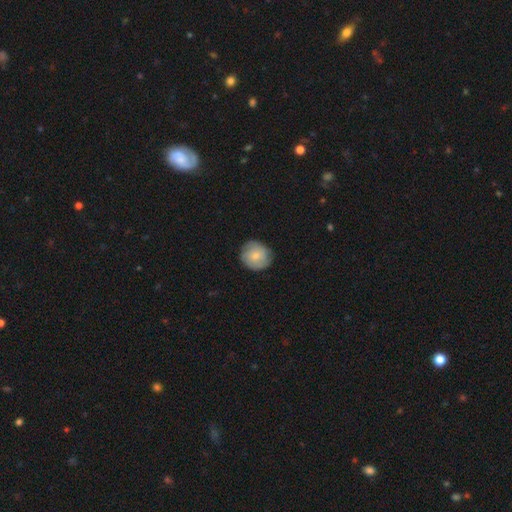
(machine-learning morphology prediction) Q: Smooth or featured?
A: smooth (67%); runner-up: featured or disk (26%)
Q: How rounded?
A: round (86%); runner-up: in between (13%)
Q: Merging?
A: none (83%); runner-up: minor disturbance (13%)